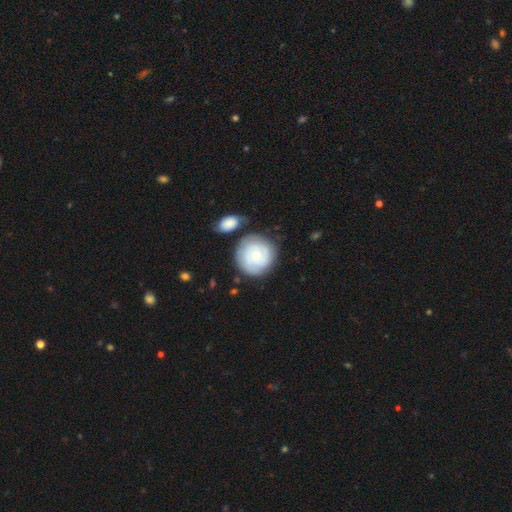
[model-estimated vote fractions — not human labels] This is possibly a smooth galaxy (50%). How rounded: clearly round (92%). Merging: likely none (68%).